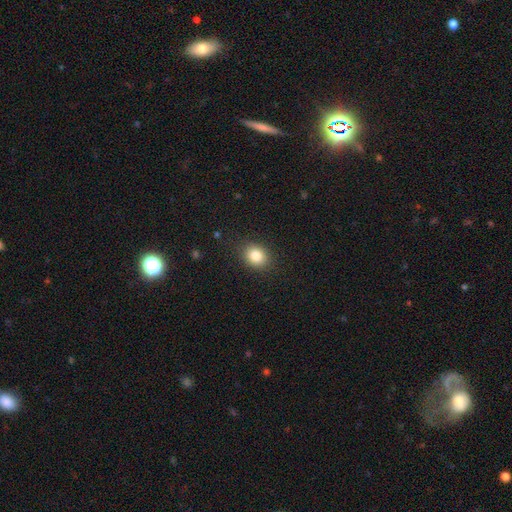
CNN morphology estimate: A smooth galaxy with no disk features (84%) that is round (57%). Merging: none (87%).